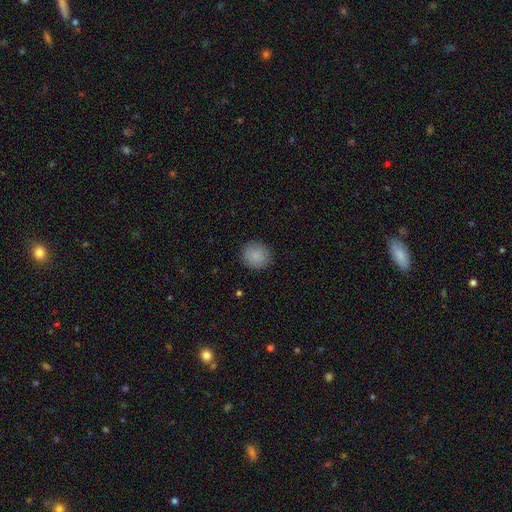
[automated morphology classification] Smooth or featured?
  - smooth: 88% *
  - star or artifact: 8%
  - featured or disk: 4%
How rounded?
  - round: 86% *
  - in between: 13%
  - cigar-shaped: 1%
Merging?
  - none: 90% *
  - minor disturbance: 7%
  - major disturbance: 2%
  - merger: 1%